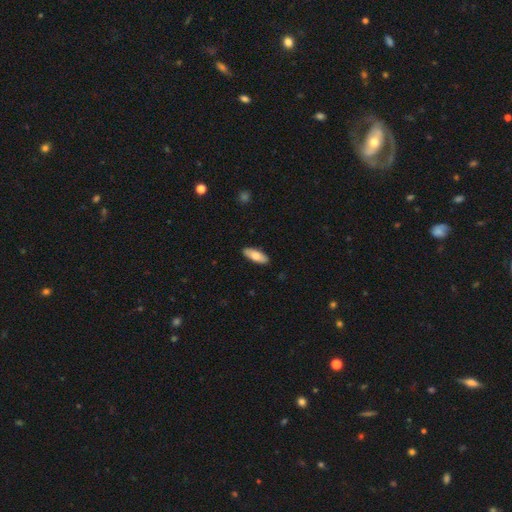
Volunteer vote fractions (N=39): Q: Smooth or featured?
A: smooth (69%); runner-up: featured or disk (26%)
Q: How rounded?
A: in between (70%); runner-up: cigar-shaped (26%)
Q: Merging?
A: none (89%); runner-up: minor disturbance (8%)